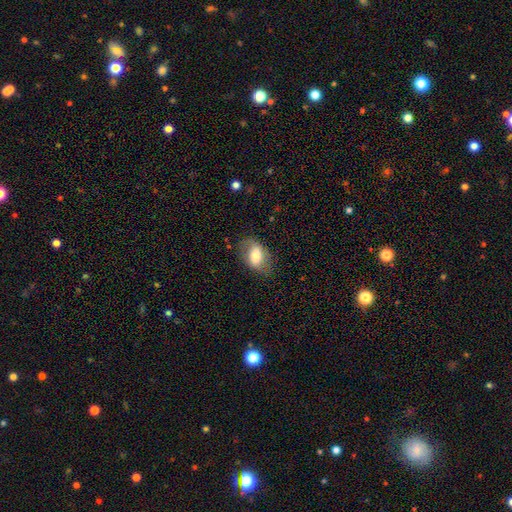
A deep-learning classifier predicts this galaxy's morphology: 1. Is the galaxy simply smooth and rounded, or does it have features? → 56% smooth, 37% featured or disk, 8% star or artifact.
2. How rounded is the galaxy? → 86% in between, 12% round, 2% cigar-shaped.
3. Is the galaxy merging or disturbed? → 69% none, 21% minor disturbance, 9% major disturbance, 1% merger.